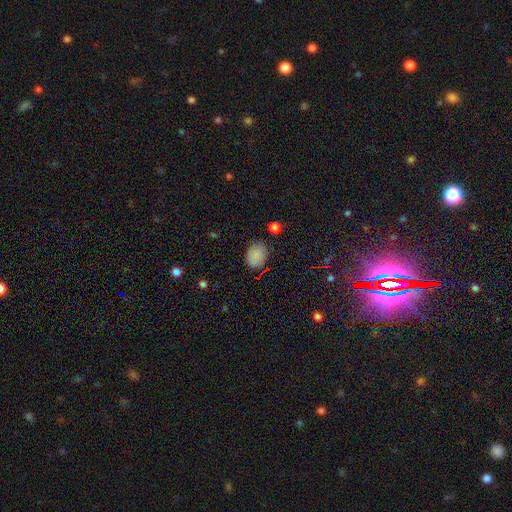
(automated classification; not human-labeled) Q: Smooth or featured?
A: smooth (83%); runner-up: star or artifact (11%)
Q: How rounded?
A: in between (59%); runner-up: round (40%)
Q: Merging?
A: none (78%); runner-up: minor disturbance (16%)